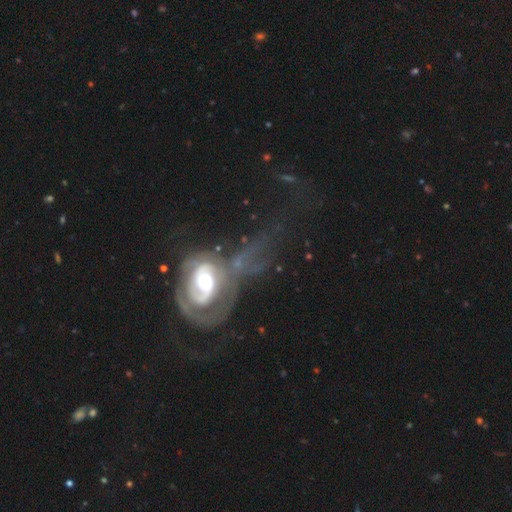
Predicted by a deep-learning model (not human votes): Smooth or featured? Predicted: featured or disk (p=0.72). Edge-on disk? Predicted: no (p=0.94). Bar? Predicted: no (p=0.63). Spiral arms? Predicted: yes (p=0.55). Bulge size? Predicted: moderate (p=0.63). Merging? Predicted: major disturbance (p=0.56).